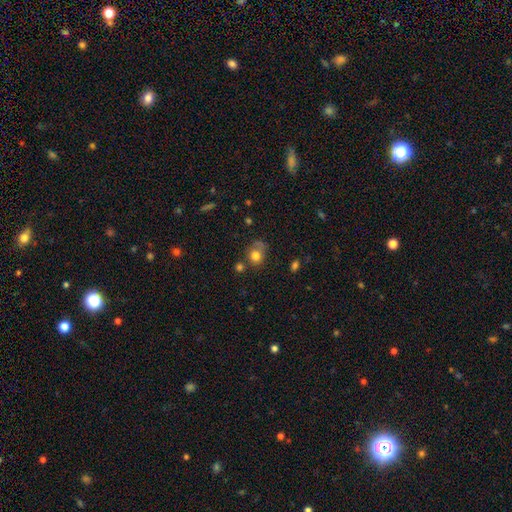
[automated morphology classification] Q: Smooth or featured?
A: smooth (76%); runner-up: featured or disk (12%)
Q: How rounded?
A: round (70%); runner-up: in between (29%)
Q: Merging?
A: none (47%); runner-up: minor disturbance (23%)